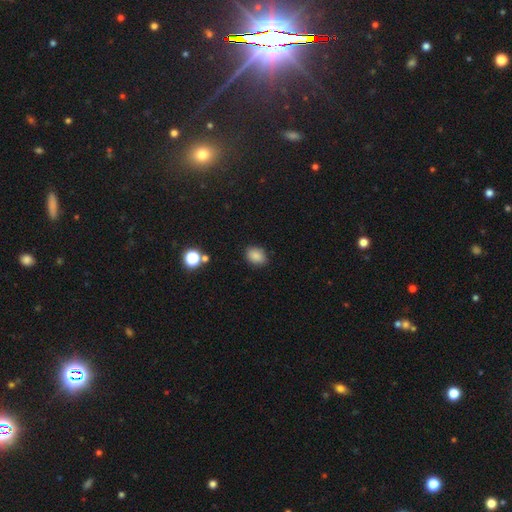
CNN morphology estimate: The model was most divided on "how rounded": in between: 62%, round: 37%, cigar-shaped: 1%. More confident: smooth or featured — smooth (85%); merging — none (85%).